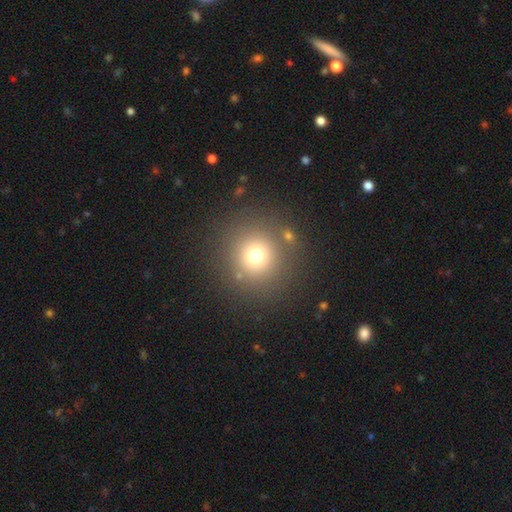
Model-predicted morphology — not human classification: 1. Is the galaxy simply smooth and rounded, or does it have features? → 71% smooth, 18% star or artifact, 10% featured or disk.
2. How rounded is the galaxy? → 94% round, 5% in between, 1% cigar-shaped.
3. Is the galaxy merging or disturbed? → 84% none, 7% minor disturbance, 4% major disturbance, 4% merger.